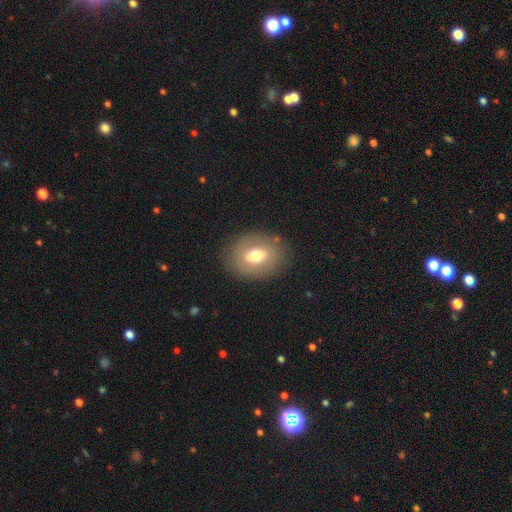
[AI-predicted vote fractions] smooth 62%, featured or disk 29%, star or artifact 9%. Down the decision tree: how rounded — in between (60%); merging — none (83%).